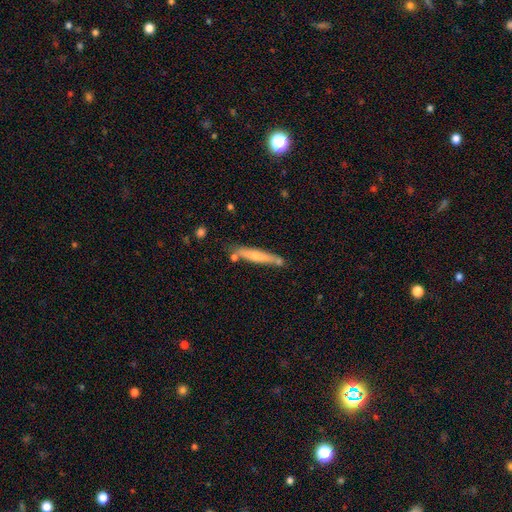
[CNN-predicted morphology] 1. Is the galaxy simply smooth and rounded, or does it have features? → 55% featured or disk, 32% smooth, 12% star or artifact.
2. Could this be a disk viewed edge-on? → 90% yes, 10% no.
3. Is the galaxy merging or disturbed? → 79% none, 14% minor disturbance, 4% merger, 4% major disturbance.